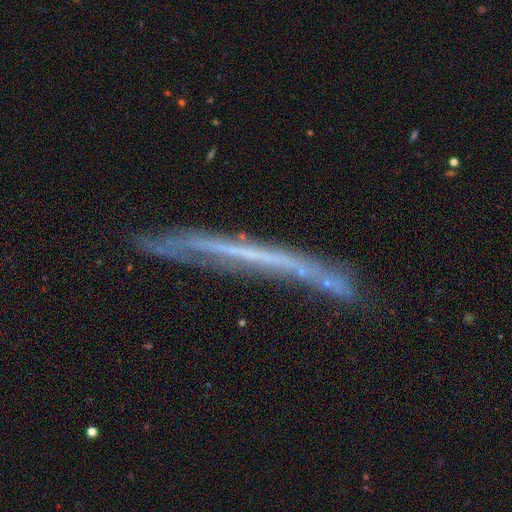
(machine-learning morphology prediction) featured or disk 65%, smooth 25%, star or artifact 9%. Down the decision tree: edge-on disk — yes (88%); edge-on bulge — none (91%); merging — none (64%).